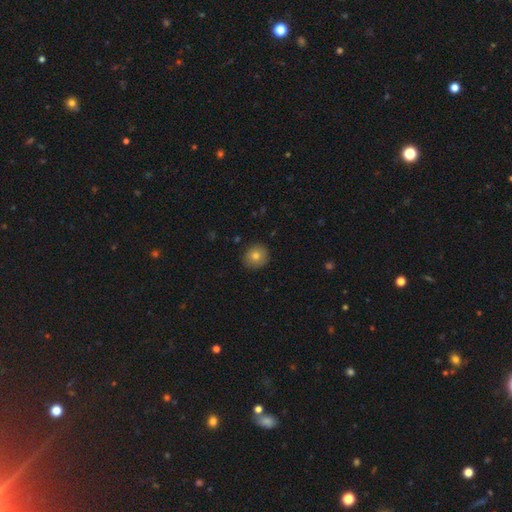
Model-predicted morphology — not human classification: Smooth or featured: smooth — 80% (featured or disk — 10%)
How rounded: round — 86% (in between — 14%)
Merging: none — 88% (minor disturbance — 9%)